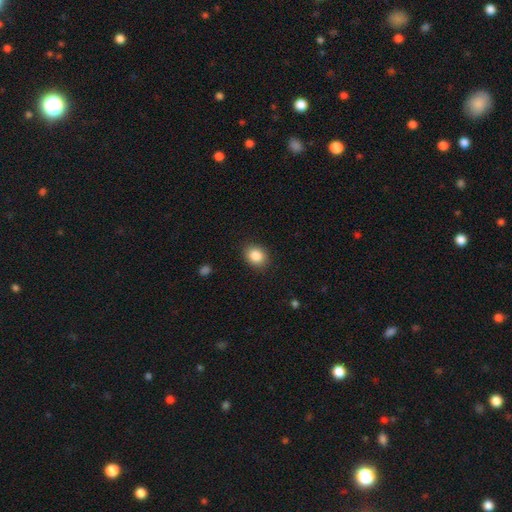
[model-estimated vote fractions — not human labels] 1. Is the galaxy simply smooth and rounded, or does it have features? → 86% smooth, 9% star or artifact, 5% featured or disk.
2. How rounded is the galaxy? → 51% round, 48% in between, 1% cigar-shaped.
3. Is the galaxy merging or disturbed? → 88% none, 9% minor disturbance, 3% major disturbance, 1% merger.